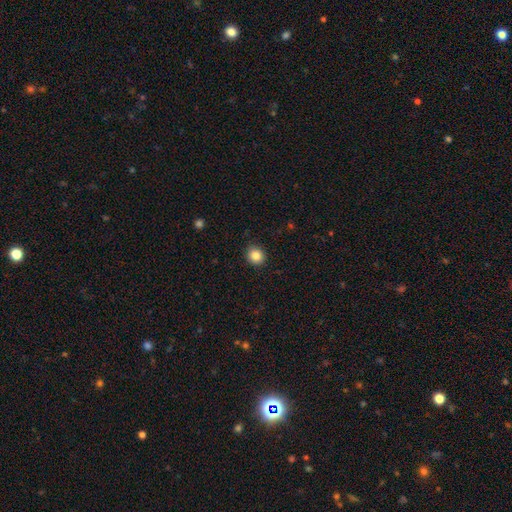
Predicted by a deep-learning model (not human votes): Overall: smooth (85%). How rounded: round (86%). Merging: none (90%).